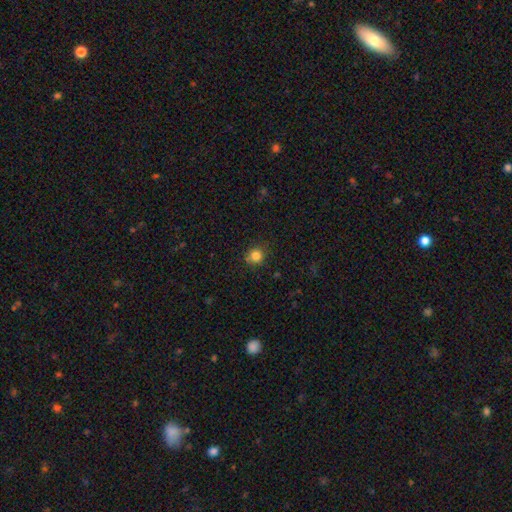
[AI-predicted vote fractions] A smooth galaxy with no disk features (83%) that is round (89%). Merging: none (84%).